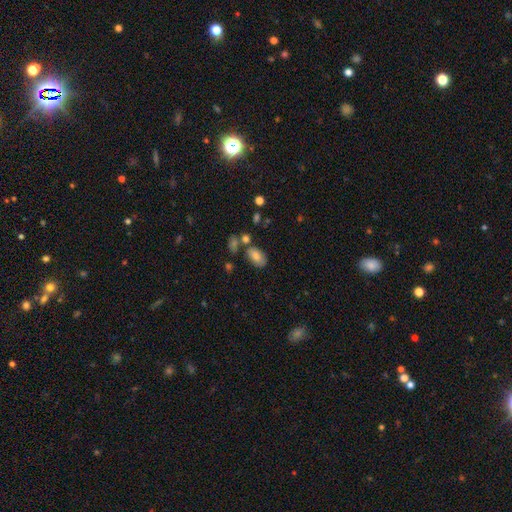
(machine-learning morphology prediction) smooth_or_featured: smooth (p=0.77) [alt: featured or disk p=0.13]
how_rounded: in between (p=0.91) [alt: round p=0.08]
merging: none (p=0.65) [alt: merger p=0.15]